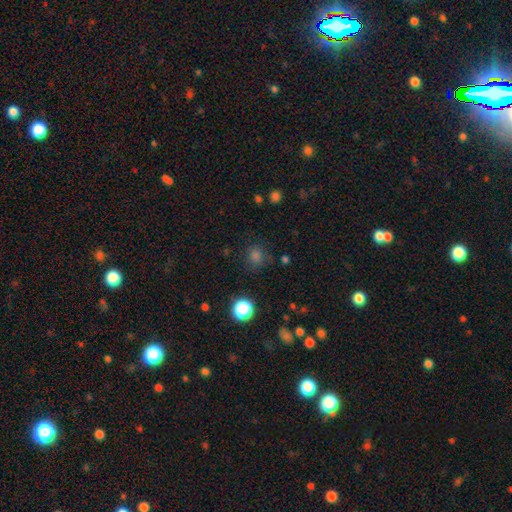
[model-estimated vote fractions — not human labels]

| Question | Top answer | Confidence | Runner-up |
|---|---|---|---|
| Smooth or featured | smooth | 68% | star or artifact (27%) |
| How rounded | round | 89% | in between (10%) |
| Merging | none | 83% | minor disturbance (10%) |